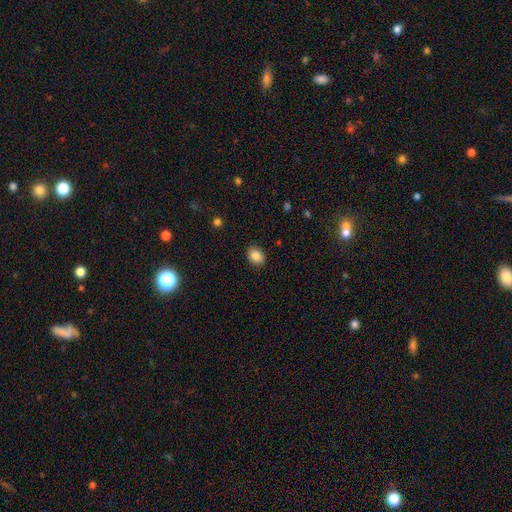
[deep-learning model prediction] Overall: smooth (86%). How rounded: in between (61%; round 38%). Merging: none (89%).